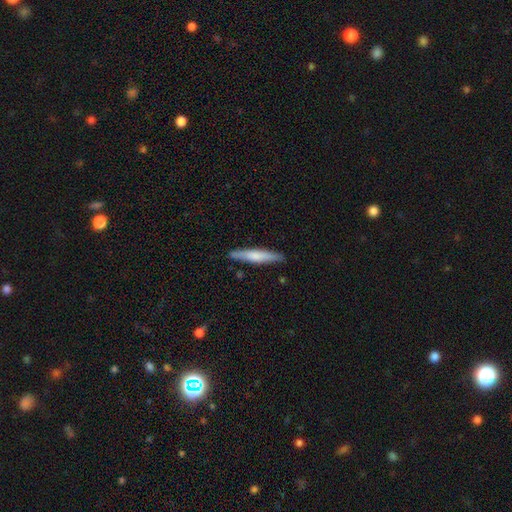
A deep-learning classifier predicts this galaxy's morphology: A smooth galaxy with no disk features (61%) that is cigar-shaped (92%). Merging: none (88%).